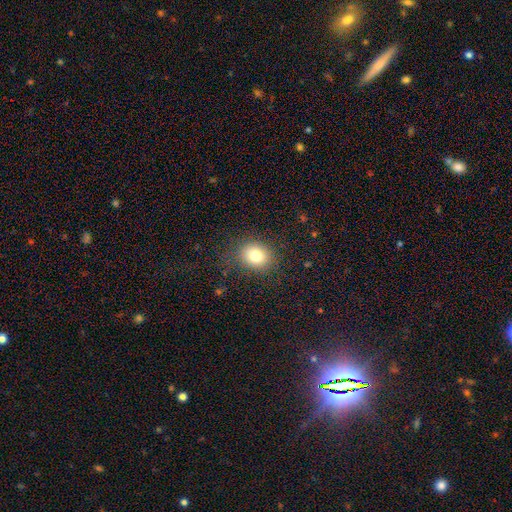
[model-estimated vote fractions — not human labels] Smooth or featured? Predicted: smooth (p=0.79). How rounded? Predicted: round (p=0.65). Merging? Predicted: none (p=0.84).